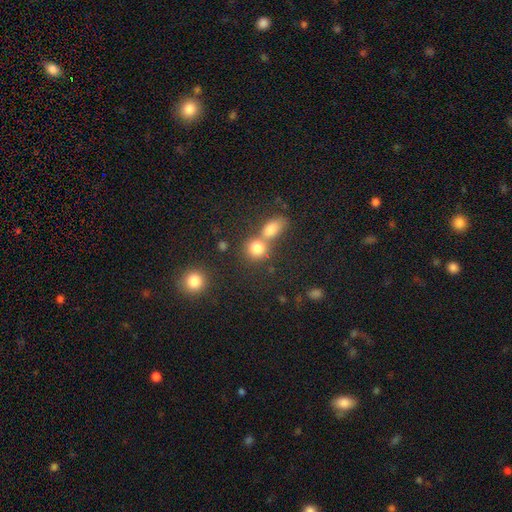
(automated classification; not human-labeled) This is possibly a smooth galaxy (57%). How rounded: likely round (74%). Merging: possibly none (46%).